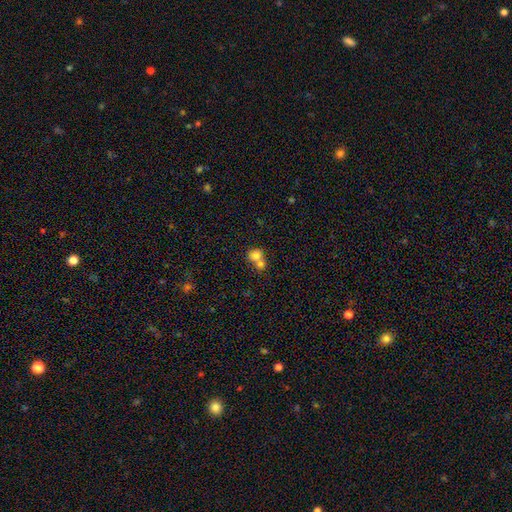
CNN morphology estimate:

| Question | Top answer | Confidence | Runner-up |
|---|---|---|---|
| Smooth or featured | smooth | 77% | featured or disk (12%) |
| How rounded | round | 73% | in between (26%) |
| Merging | merger | 61% | none (31%) |